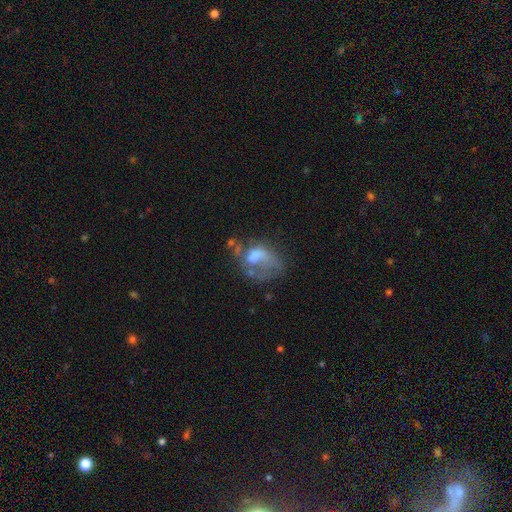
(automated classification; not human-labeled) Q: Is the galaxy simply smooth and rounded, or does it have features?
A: featured or disk — 51%.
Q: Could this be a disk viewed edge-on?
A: no — 97%.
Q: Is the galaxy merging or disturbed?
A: major disturbance — 42%.